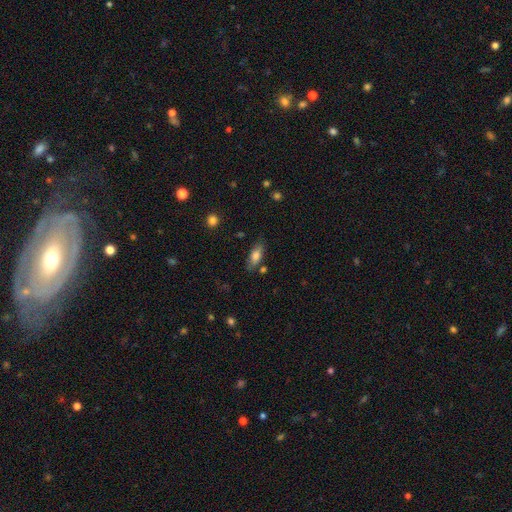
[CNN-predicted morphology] Smooth or featured? Predicted: smooth (p=0.76). How rounded? Predicted: in between (p=0.77). Merging? Predicted: none (p=0.76).